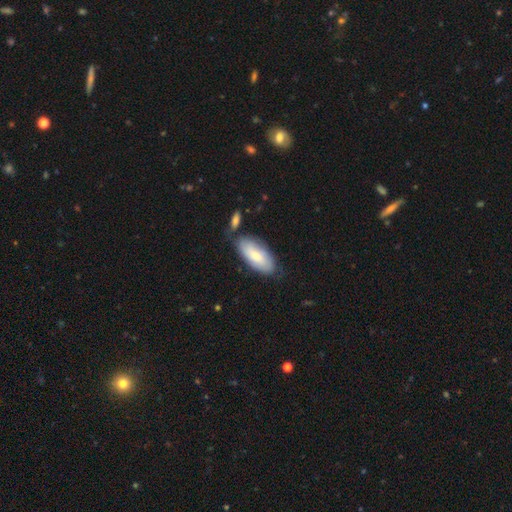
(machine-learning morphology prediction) Smooth or featured? smooth (69%)
How rounded? in between (89%)
Merging? none (66%)